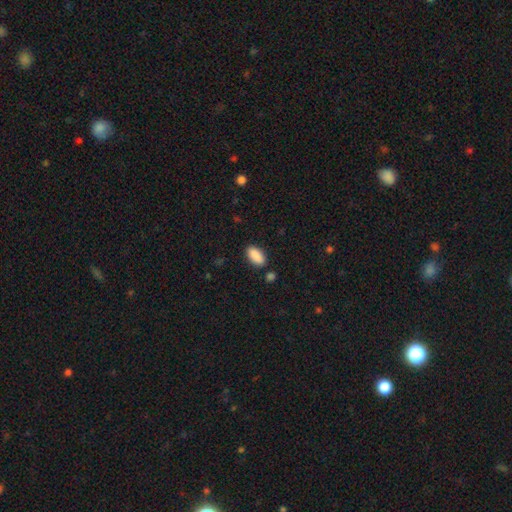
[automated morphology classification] Smooth or featured: smooth — 90% (star or artifact — 7%)
How rounded: in between — 90% (cigar-shaped — 7%)
Merging: none — 85% (minor disturbance — 9%)